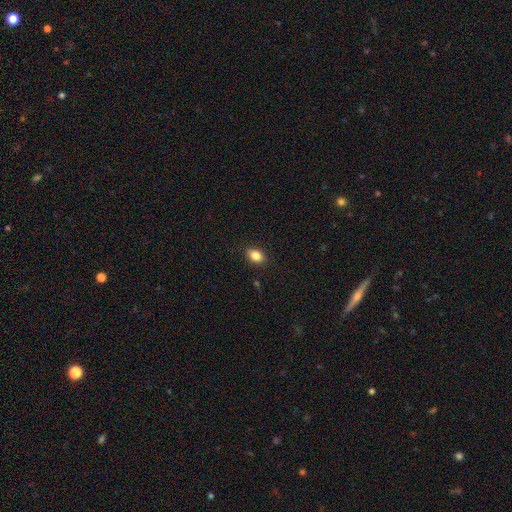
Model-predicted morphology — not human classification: This appears to be a smooth galaxy with no disk features (85%) that is in between round and cigar-shaped (76%). Merging: none (88%).